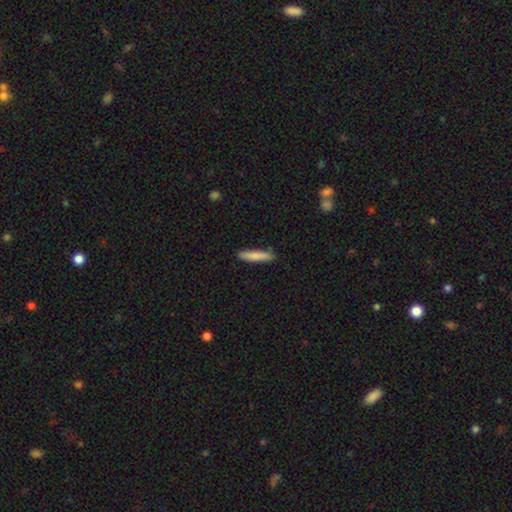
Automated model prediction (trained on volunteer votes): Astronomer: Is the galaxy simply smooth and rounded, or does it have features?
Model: smooth — 84%.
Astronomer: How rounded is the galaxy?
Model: cigar-shaped — 89%.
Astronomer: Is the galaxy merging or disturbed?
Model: none — 89%.